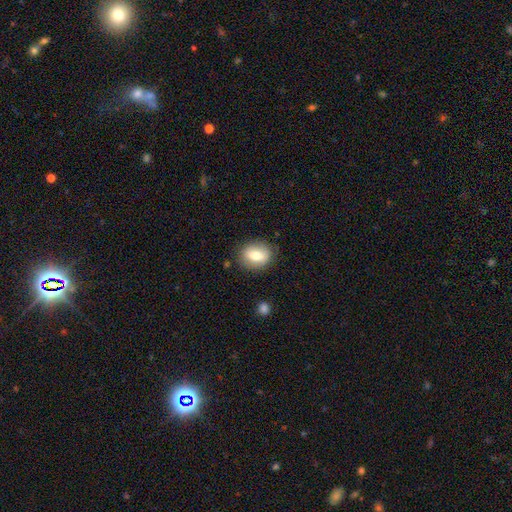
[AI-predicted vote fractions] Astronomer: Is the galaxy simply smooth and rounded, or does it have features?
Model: smooth — 71%.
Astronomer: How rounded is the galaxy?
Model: in between — 59% (runner-up: round, 40%).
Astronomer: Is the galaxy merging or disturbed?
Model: none — 84%.